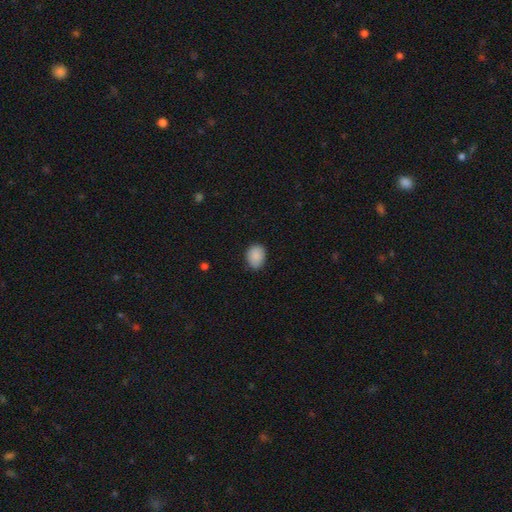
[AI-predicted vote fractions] A smooth galaxy with no disk features (88%) that is in between round and cigar-shaped (52%).

Vote fractions:
- Smooth or featured? smooth: 88% / star or artifact: 7% / featured or disk: 4%
- How rounded? in between: 52% / round: 48% / cigar-shaped: 1%
- Merging? none: 74% / minor disturbance: 22% / major disturbance: 3% / merger: 1%